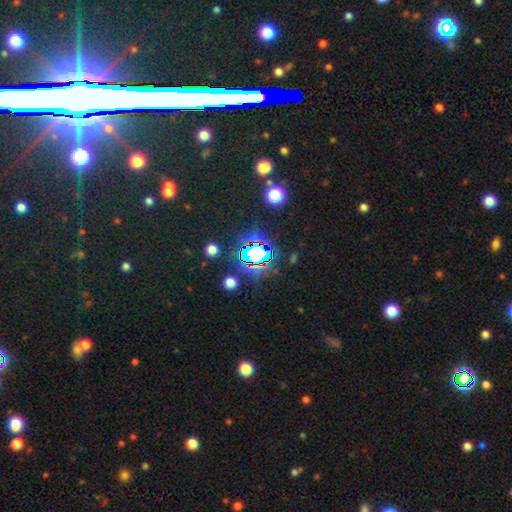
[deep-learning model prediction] A star or artifact, not a galaxy (76%).

Vote fractions:
- Smooth or featured? star or artifact: 76% / smooth: 12% / featured or disk: 12%